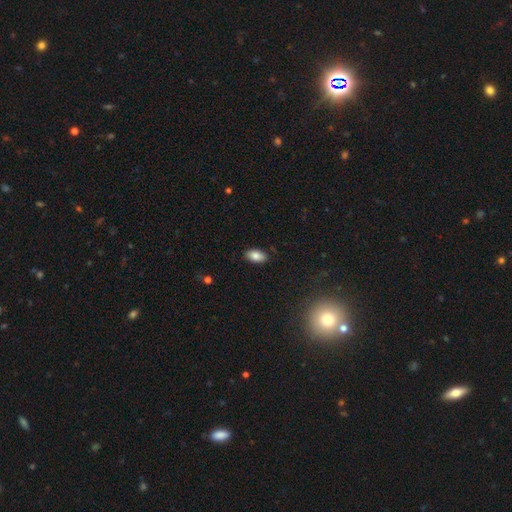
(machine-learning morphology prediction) Overall: smooth (84%). How rounded: in between (94%). Merging: none (87%).